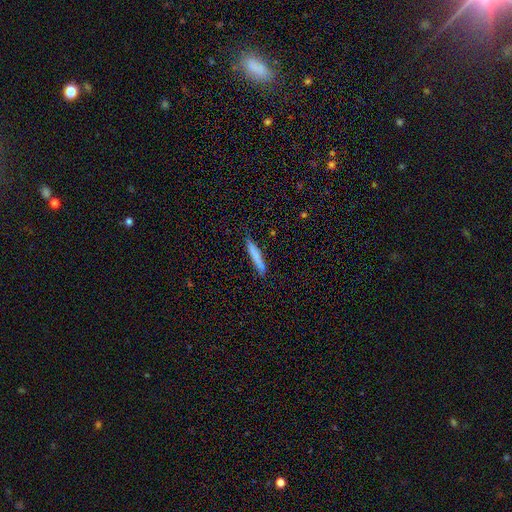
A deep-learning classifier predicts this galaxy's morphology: A smooth galaxy with no disk features (76%) that is cigar-shaped (94%).

Vote fractions:
- Smooth or featured? smooth: 76% / featured or disk: 18% / star or artifact: 6%
- How rounded? cigar-shaped: 94% / in between: 5% / round: 1%
- Merging? none: 81% / minor disturbance: 15% / major disturbance: 3% / merger: 2%